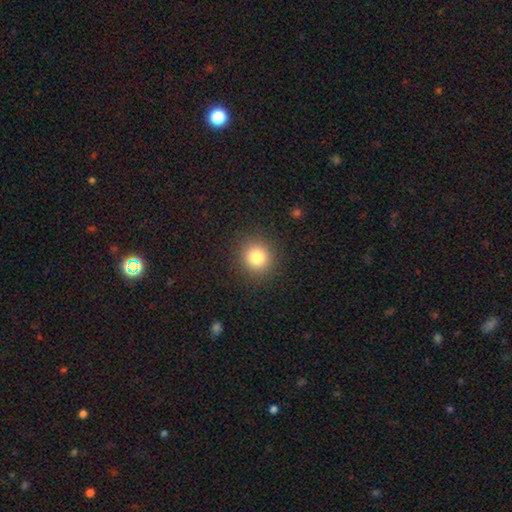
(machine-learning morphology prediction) type=smooth (81%); roundness=round (91%); merging=none (90%).